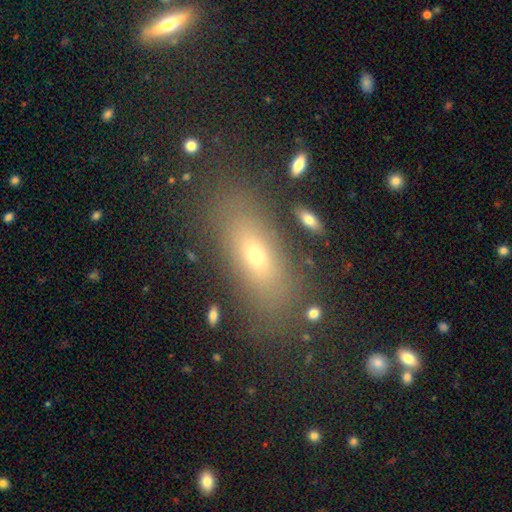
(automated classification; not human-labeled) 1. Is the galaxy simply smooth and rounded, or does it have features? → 64% smooth, 21% featured or disk, 15% star or artifact.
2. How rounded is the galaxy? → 72% in between, 20% cigar-shaped, 8% round.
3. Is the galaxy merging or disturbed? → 78% none, 12% minor disturbance, 6% major disturbance, 3% merger.